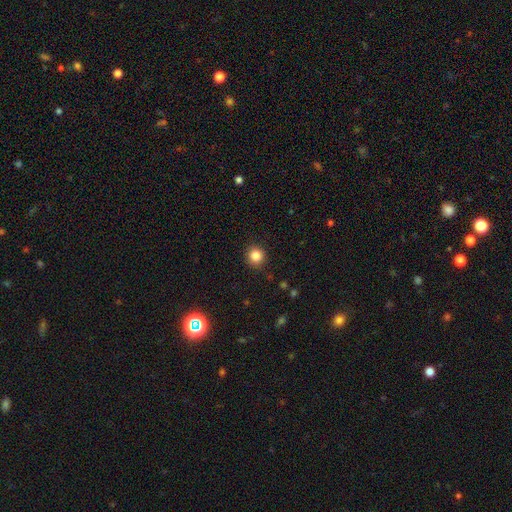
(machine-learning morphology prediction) type=smooth (83%); roundness=round (92%); merging=none (91%).